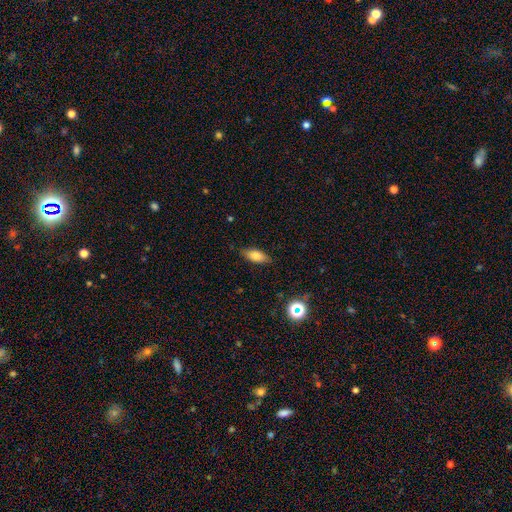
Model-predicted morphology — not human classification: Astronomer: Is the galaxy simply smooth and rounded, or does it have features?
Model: smooth — 73%.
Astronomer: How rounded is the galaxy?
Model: in between — 76%.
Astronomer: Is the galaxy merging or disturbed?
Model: none — 85%.